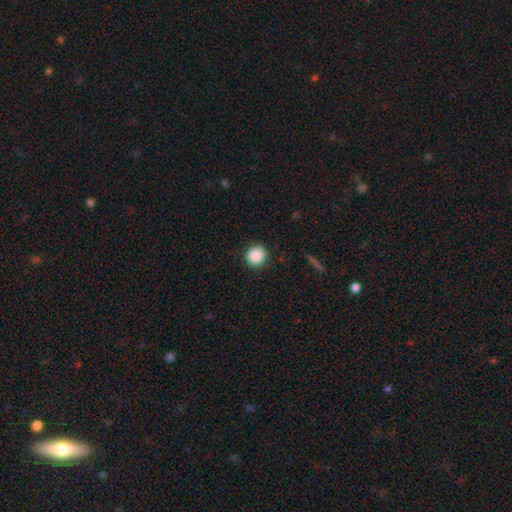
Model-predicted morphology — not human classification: This is clearly a smooth galaxy (89%). How rounded: clearly round (89%). Merging: clearly none (88%).